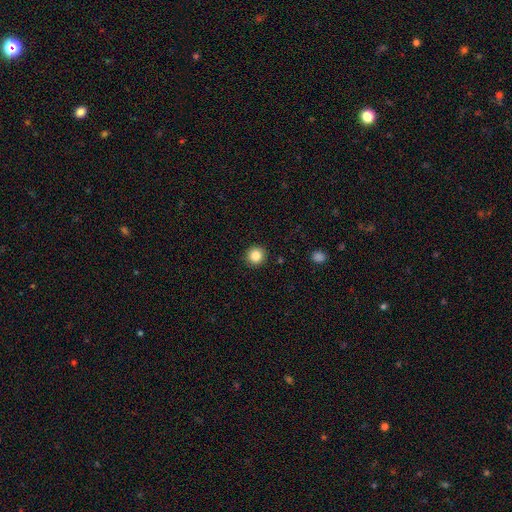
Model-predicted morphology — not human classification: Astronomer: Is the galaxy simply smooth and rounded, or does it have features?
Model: smooth — 85%.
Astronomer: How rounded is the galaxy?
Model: round — 95%.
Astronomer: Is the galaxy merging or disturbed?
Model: none — 92%.